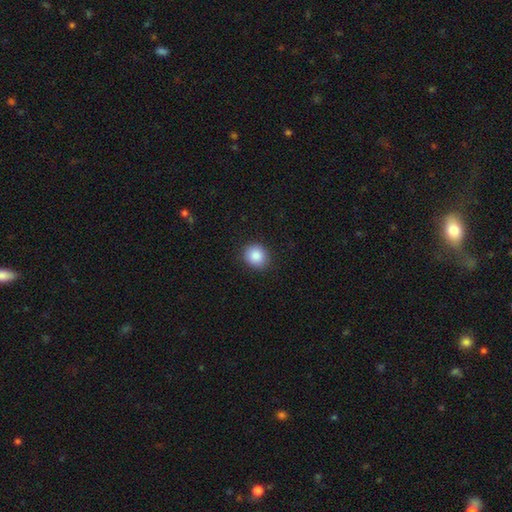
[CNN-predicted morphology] Q: Smooth or featured?
A: smooth (88%); runner-up: star or artifact (8%)
Q: How rounded?
A: round (83%); runner-up: in between (16%)
Q: Merging?
A: none (89%); runner-up: minor disturbance (8%)